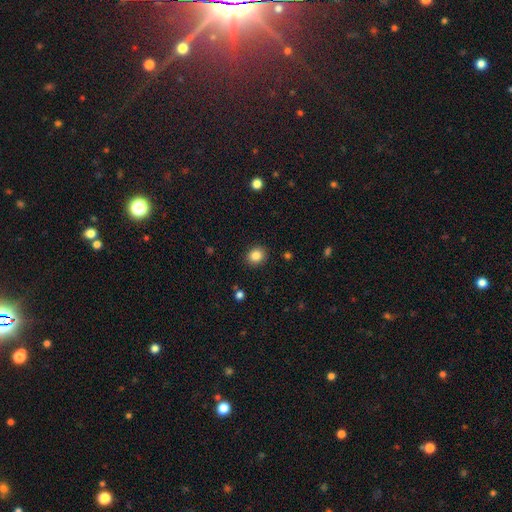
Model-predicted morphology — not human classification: Smooth or featured? smooth (85%)
How rounded? round (76%)
Merging? none (90%)